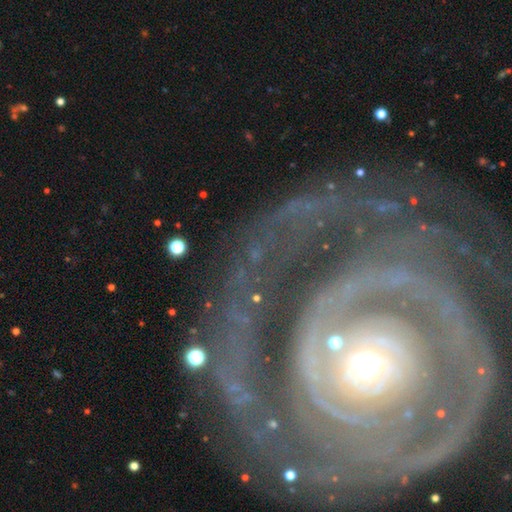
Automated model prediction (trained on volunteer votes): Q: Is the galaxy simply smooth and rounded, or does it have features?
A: featured or disk — 87%.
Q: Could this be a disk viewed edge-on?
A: no — 97%.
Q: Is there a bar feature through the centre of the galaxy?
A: no — 73%.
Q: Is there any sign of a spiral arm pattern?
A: yes — 92%.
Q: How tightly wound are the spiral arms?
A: tight — 77%.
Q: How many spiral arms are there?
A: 2 — 27%.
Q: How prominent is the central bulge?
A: small — 47%.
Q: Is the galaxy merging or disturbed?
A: none — 66%.